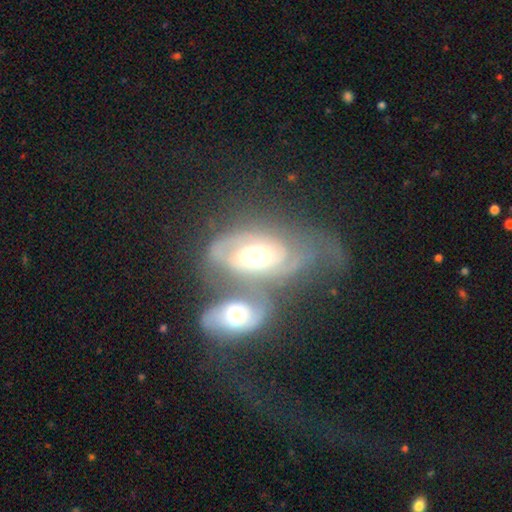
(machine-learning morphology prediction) featured or disk 78%, smooth 17%, star or artifact 6%. Down the decision tree: edge-on disk — no (93%); bar — no (62%); spiral arms — yes (89%); spiral arm count — 2 (62%); spiral winding — tight (46%); bulge size — moderate (64%); merging — merger (66%).